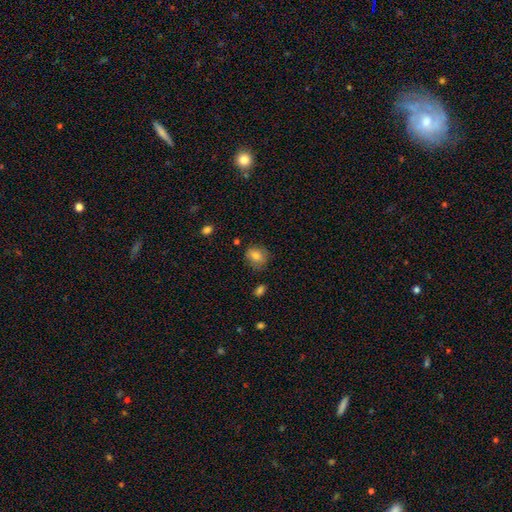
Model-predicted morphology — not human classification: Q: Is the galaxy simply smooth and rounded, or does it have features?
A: smooth — 78%.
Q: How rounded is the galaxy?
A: round — 56%.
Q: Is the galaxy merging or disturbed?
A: none — 76%.